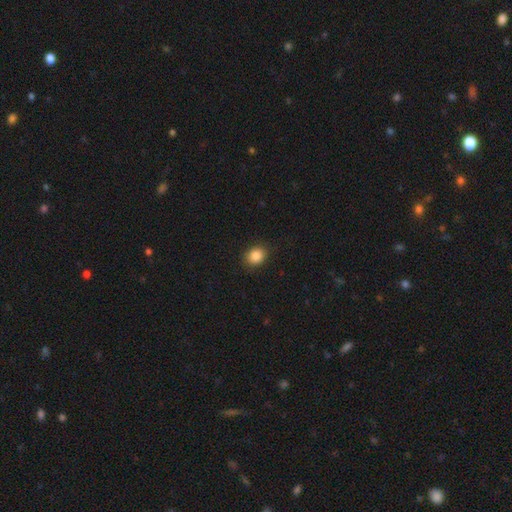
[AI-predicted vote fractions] smooth_or_featured: smooth (p=0.86) [alt: star or artifact p=0.09]
how_rounded: round (p=0.61) [alt: in between p=0.38]
merging: none (p=0.87) [alt: minor disturbance p=0.09]